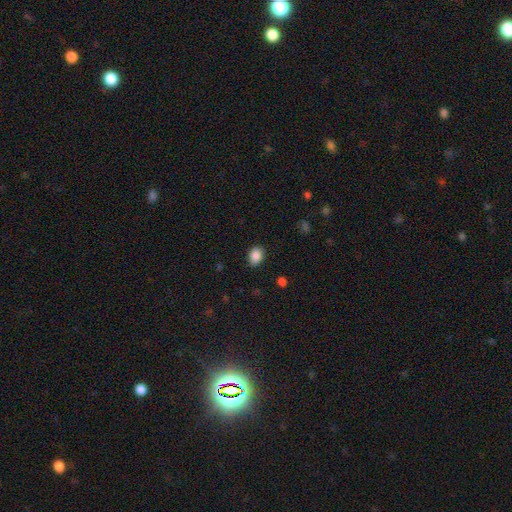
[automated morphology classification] Smooth or featured?
  - smooth: 88% *
  - star or artifact: 9%
  - featured or disk: 3%
How rounded?
  - in between: 64% *
  - round: 35%
  - cigar-shaped: 1%
Merging?
  - none: 85% *
  - minor disturbance: 11%
  - major disturbance: 3%
  - merger: 1%